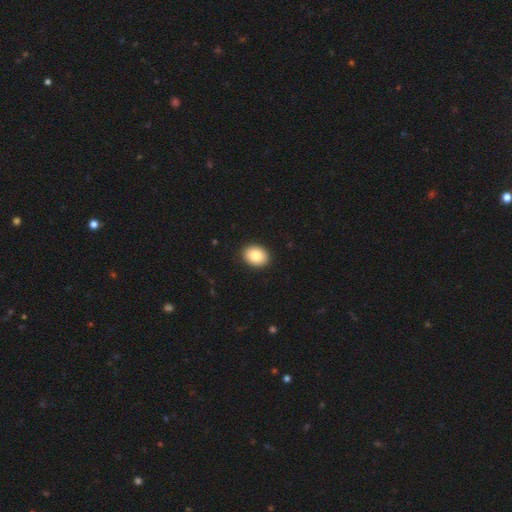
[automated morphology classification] type=smooth (88%); roundness=in between (60%); merging=none (92%).